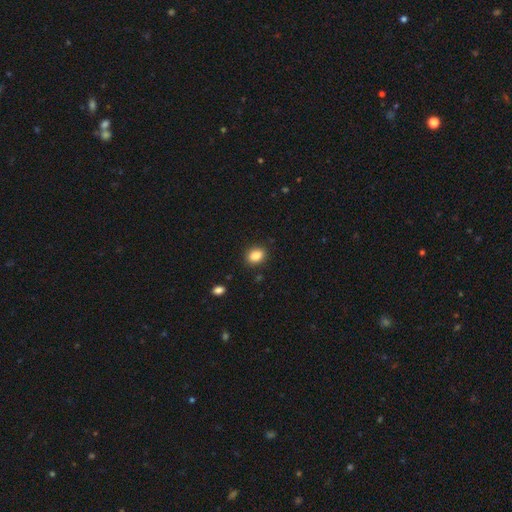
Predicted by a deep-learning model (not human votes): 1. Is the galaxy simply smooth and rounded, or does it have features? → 87% smooth, 9% star or artifact, 4% featured or disk.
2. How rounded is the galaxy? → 65% in between, 34% round, 1% cigar-shaped.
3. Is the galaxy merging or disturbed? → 88% none, 8% minor disturbance, 2% major disturbance, 1% merger.